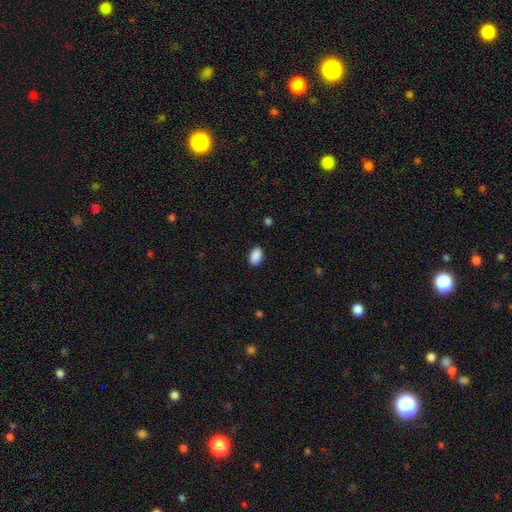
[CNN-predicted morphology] type=smooth (90%); roundness=in between (91%); merging=none (88%).